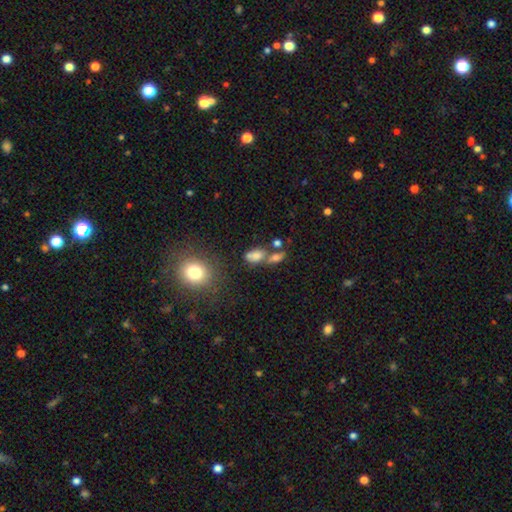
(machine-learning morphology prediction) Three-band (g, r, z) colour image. It shows a smooth galaxy with no disk features (69%) that is in between round and cigar-shaped (74%). Merging: merger (40%).